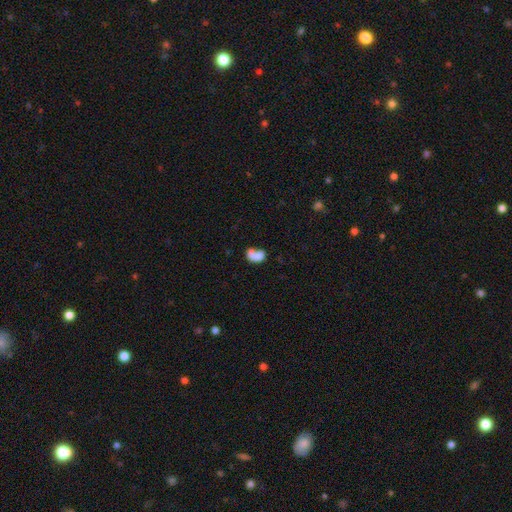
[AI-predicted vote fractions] Smooth or featured?
  - smooth: 66% *
  - featured or disk: 24%
  - star or artifact: 10%
How rounded?
  - in between: 82% *
  - round: 15%
  - cigar-shaped: 3%
Merging?
  - none: 31% *
  - merger: 28%
  - major disturbance: 23%
  - minor disturbance: 18%